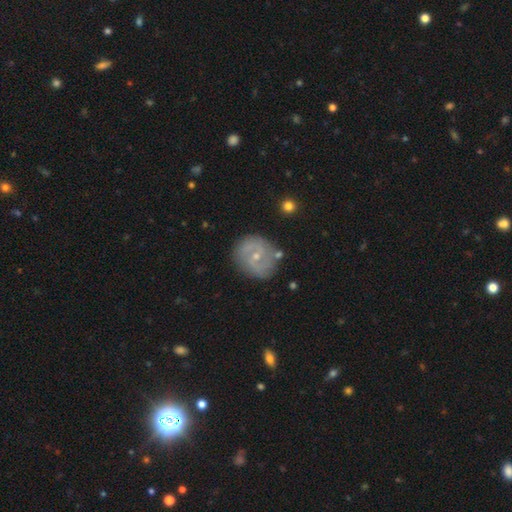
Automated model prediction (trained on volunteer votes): This appears to be a featured or disk galaxy (72%) with no bar (46%), 2 (66%) medium (43%) spiral arms (85%) and a small central bulge (67%). Merging: none (78%).